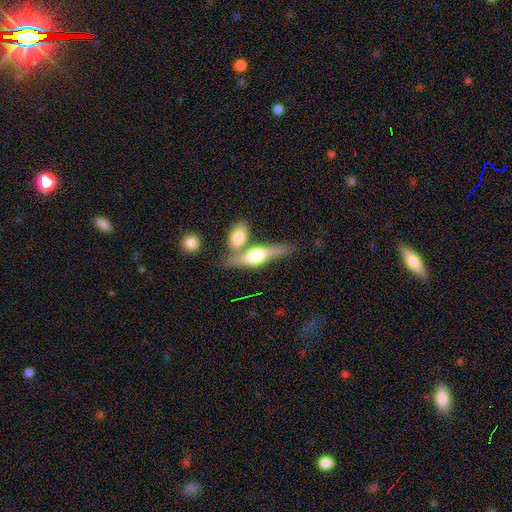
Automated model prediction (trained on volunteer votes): Smooth or featured? featured or disk (60%)
Edge-on disk? yes (91%)
Edge-on bulge? rounded (91%)
Merging? none (52%)